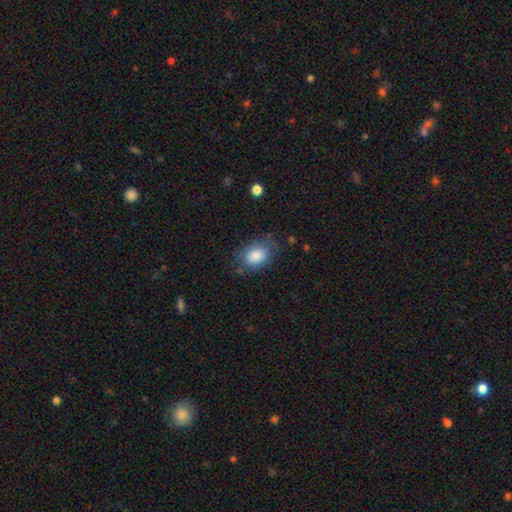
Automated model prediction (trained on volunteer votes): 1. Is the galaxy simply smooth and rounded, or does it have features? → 81% smooth, 12% featured or disk, 7% star or artifact.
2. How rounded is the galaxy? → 83% in between, 16% round, 1% cigar-shaped.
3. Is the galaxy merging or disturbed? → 66% none, 23% minor disturbance, 9% major disturbance, 2% merger.